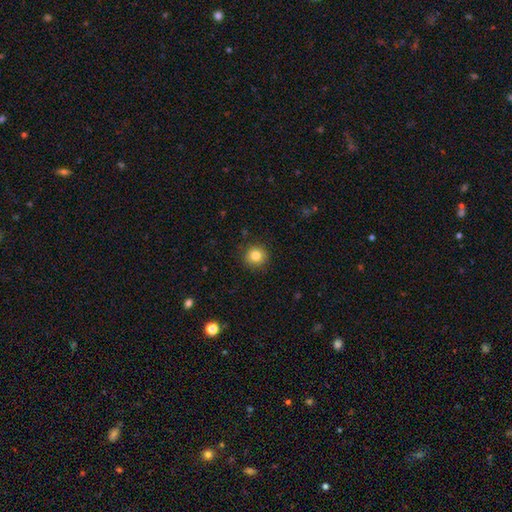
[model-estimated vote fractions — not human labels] Morphology: type=smooth (81%); roundness=round (93%); merging=none (90%).